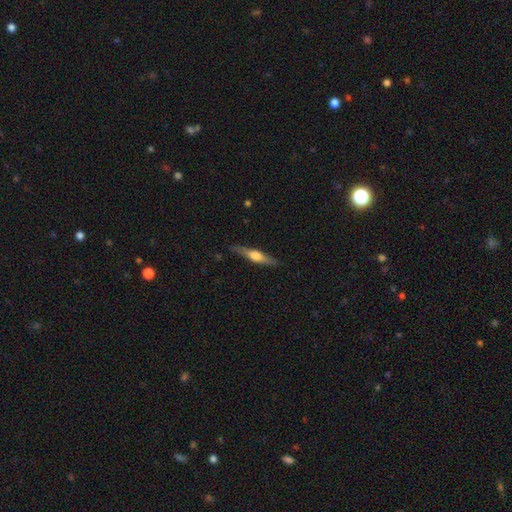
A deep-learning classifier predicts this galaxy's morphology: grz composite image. It shows a featured or disk galaxy (62%) viewed edge-on (96%) with a rounded central bulge (89%). Merging: none (85%).